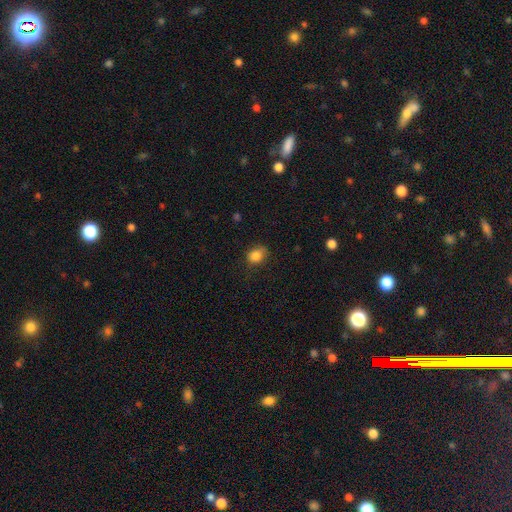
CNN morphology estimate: Smooth or featured? Predicted: smooth (p=0.85). How rounded? Predicted: round (p=0.51). Merging? Predicted: none (p=0.69).